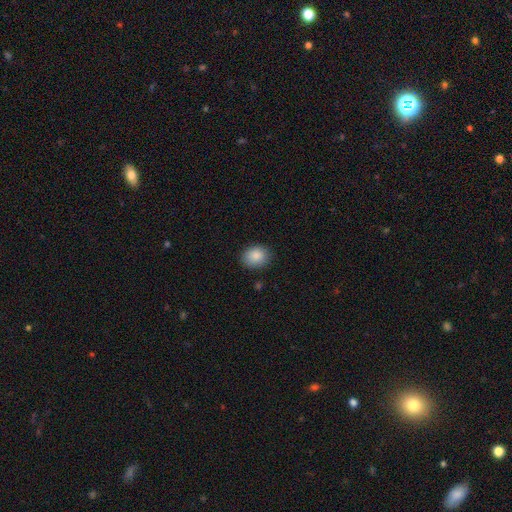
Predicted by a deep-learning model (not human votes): smooth-or-featured: smooth: 88% | star or artifact: 8% | featured or disk: 4%
  how-rounded: in between: 54% | round: 45% | cigar-shaped: 1%
  merging: none: 86% | minor disturbance: 11% | major disturbance: 2% | merger: 1%